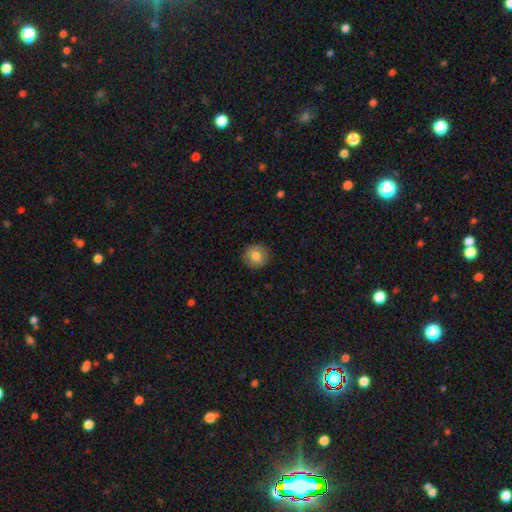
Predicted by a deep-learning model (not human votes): smooth_or_featured: smooth (p=0.80) [alt: featured or disk p=0.12]
how_rounded: round (p=0.91) [alt: in between p=0.08]
merging: none (p=0.89) [alt: minor disturbance p=0.08]